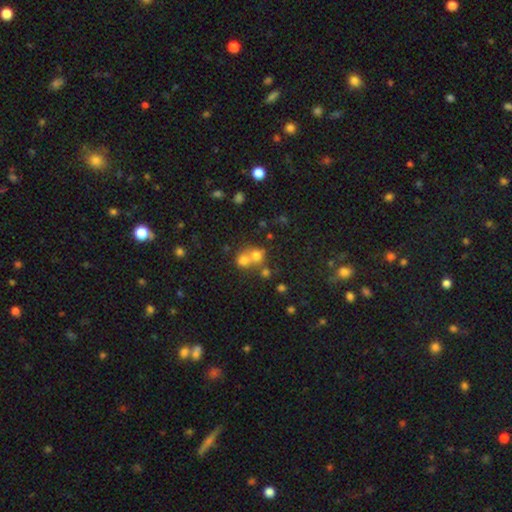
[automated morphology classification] This is likely a smooth galaxy (67%). How rounded: clearly round (80%). Merging: possibly merger (58%).